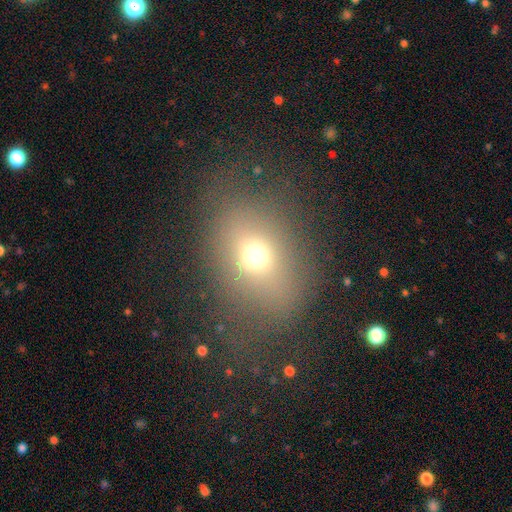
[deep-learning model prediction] Smooth or featured? smooth (64%)
How rounded? in between (54%)
Merging? none (62%)